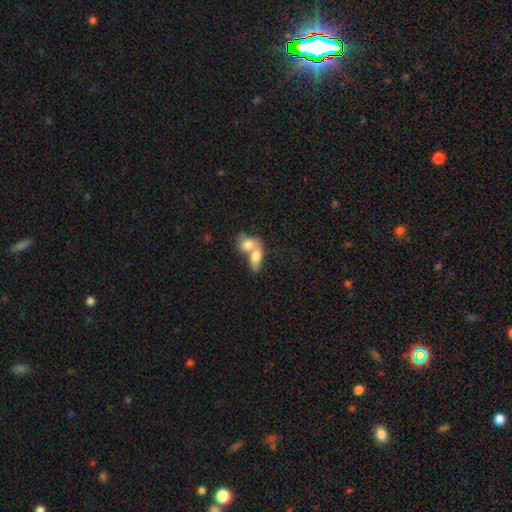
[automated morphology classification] smooth-or-featured: smooth: 74% | featured or disk: 19% | star or artifact: 7%
  how-rounded: in between: 77% | round: 18% | cigar-shaped: 5%
  merging: merger: 80% | none: 11% | minor disturbance: 5% | major disturbance: 4%